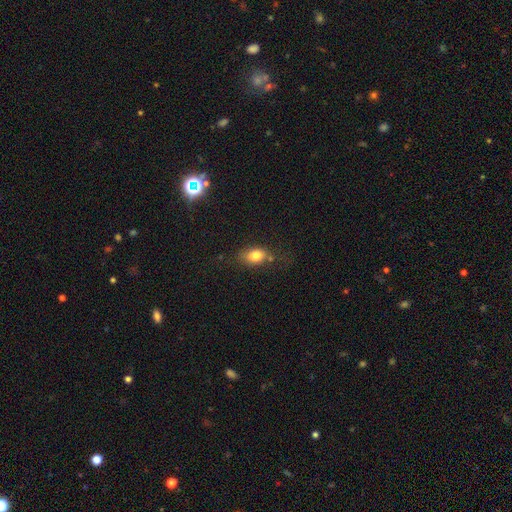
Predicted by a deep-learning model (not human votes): Q: Smooth or featured?
A: smooth (79%); runner-up: featured or disk (11%)
Q: How rounded?
A: in between (74%); runner-up: round (23%)
Q: Merging?
A: none (64%); runner-up: minor disturbance (23%)